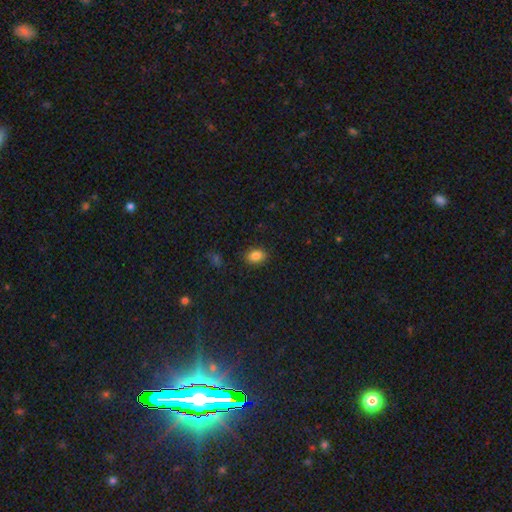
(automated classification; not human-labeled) This is clearly a smooth galaxy (85%). How rounded: likely in between (77%). Merging: clearly none (87%).